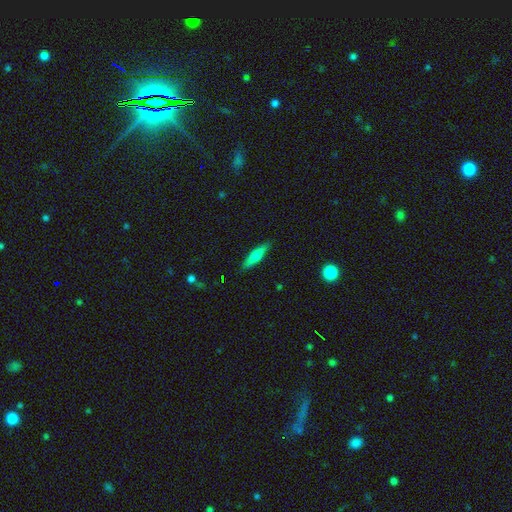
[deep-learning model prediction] Overall: smooth (61%; featured or disk 33%). How rounded: cigar-shaped (76%). Merging: none (88%).